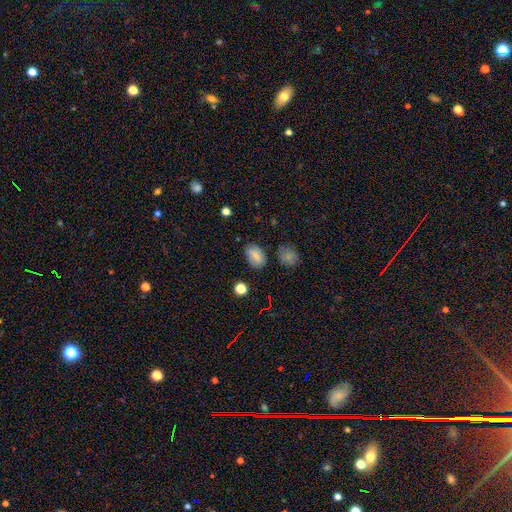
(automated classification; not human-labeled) smooth 76%, featured or disk 12%, star or artifact 12%. Down the decision tree: how rounded — in between (87%); merging — none (76%).